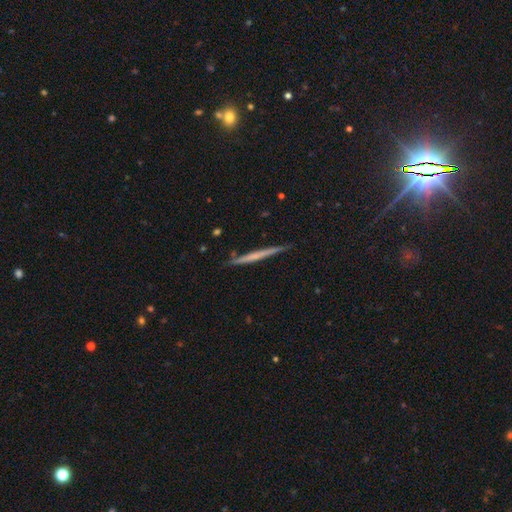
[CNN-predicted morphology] Smooth or featured? Predicted: featured or disk (p=0.50). Edge-on disk? Predicted: yes (p=0.97). Merging? Predicted: none (p=0.85).